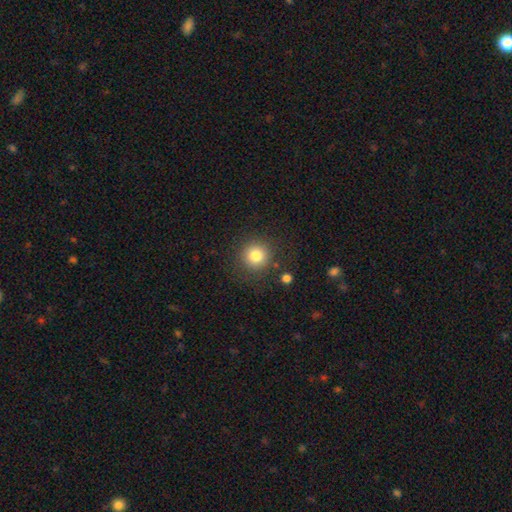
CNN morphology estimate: smooth 82%, star or artifact 11%, featured or disk 7%. Down the decision tree: how rounded — round (93%); merging — none (85%).